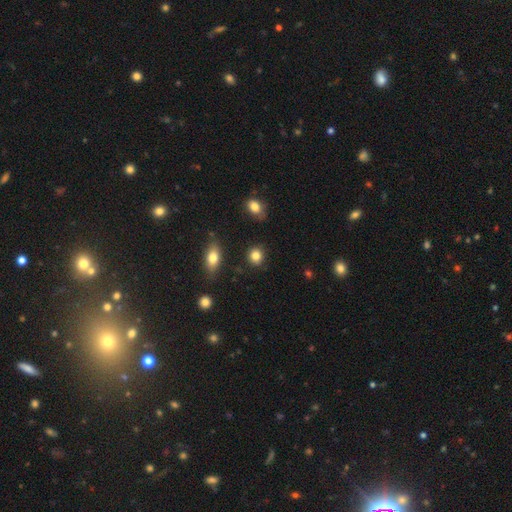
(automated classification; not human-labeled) This is clearly a smooth galaxy (85%). How rounded: clearly round (83%). Merging: clearly none (88%).